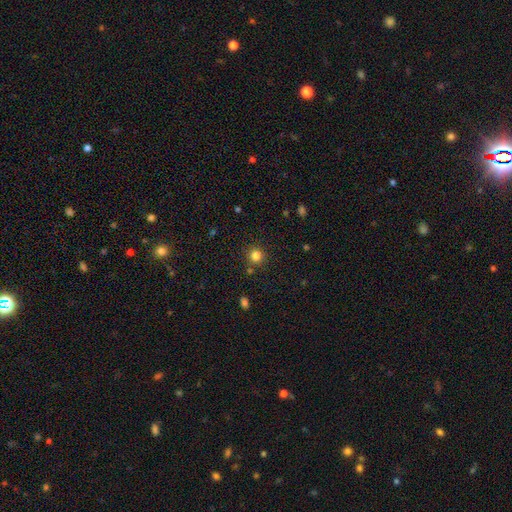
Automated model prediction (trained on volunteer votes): This appears to be a smooth galaxy with no disk features (81%) that is round (93%). Merging: none (85%).